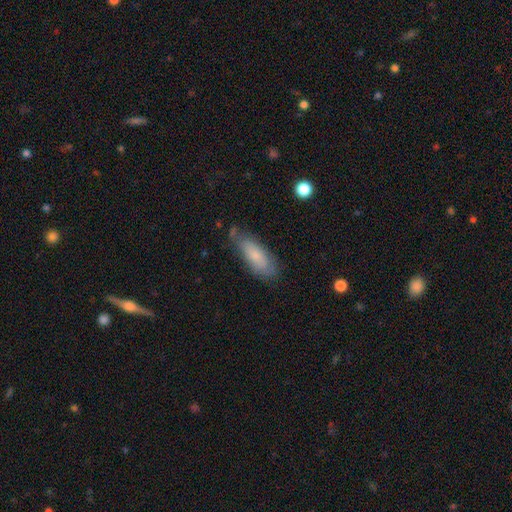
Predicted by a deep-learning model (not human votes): A smooth galaxy with no disk features (76%) that is in between round and cigar-shaped (69%). Merging: none (68%).